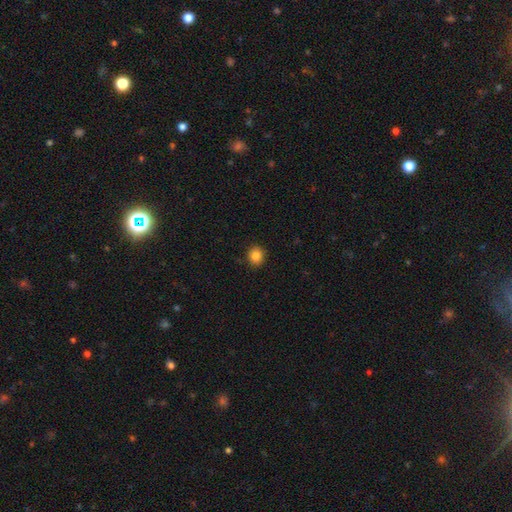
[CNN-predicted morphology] smooth 85%, star or artifact 10%, featured or disk 5%. Down the decision tree: how rounded — round (83%); merging — none (90%).